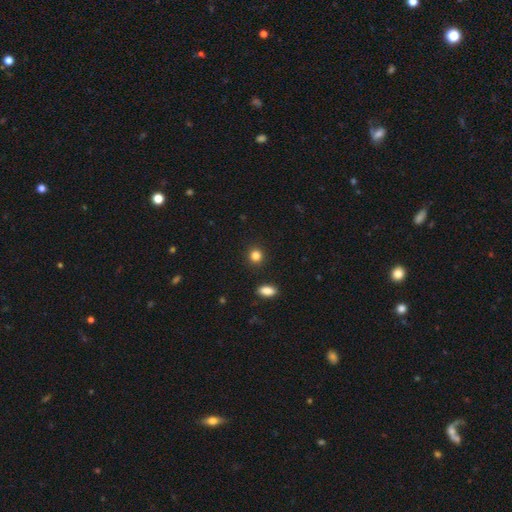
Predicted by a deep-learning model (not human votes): A smooth galaxy with no disk features (84%) that is round (85%). Merging: none (91%).